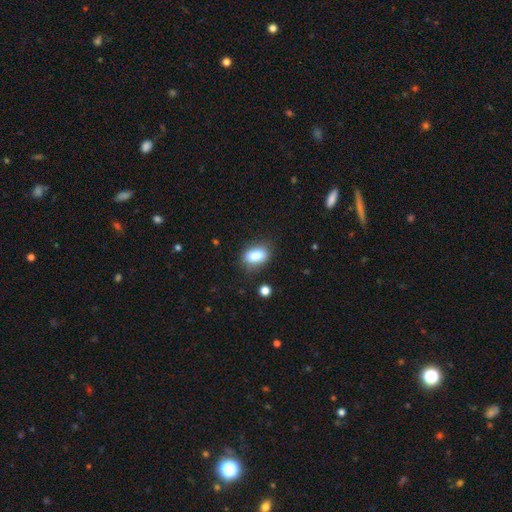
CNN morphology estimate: Q: Smooth or featured?
A: smooth (84%); runner-up: star or artifact (9%)
Q: How rounded?
A: in between (85%); runner-up: round (11%)
Q: Merging?
A: none (75%); runner-up: minor disturbance (17%)